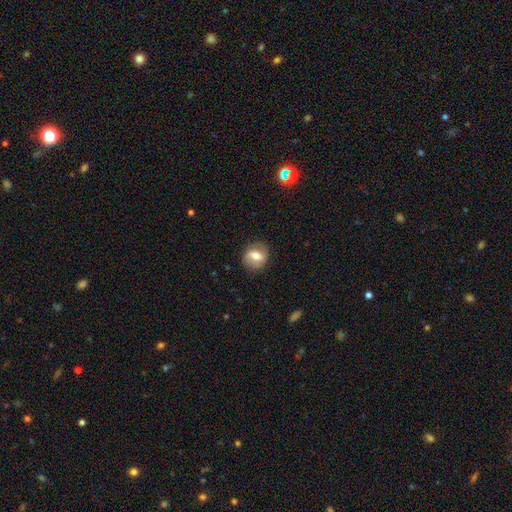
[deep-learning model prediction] Q: Smooth or featured?
A: smooth (51%); runner-up: featured or disk (41%)
Q: How rounded?
A: round (59%); runner-up: in between (38%)
Q: Merging?
A: none (81%); runner-up: minor disturbance (13%)